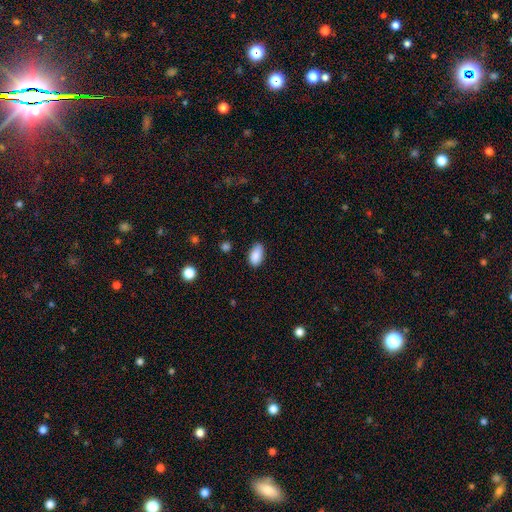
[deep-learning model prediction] This is clearly a smooth galaxy (87%). How rounded: clearly in between (93%). Merging: likely none (75%).